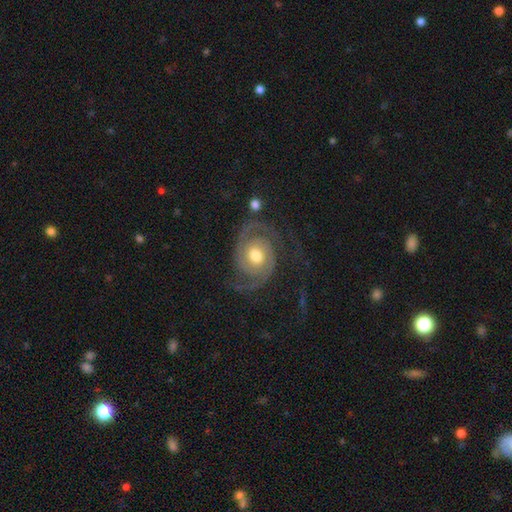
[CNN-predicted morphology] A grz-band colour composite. It shows a featured or disk galaxy (89%) with no bar (69%), 2 (93%) medium (46%) spiral arms (98%) and a moderate central bulge (74%). Merging: none (75%).